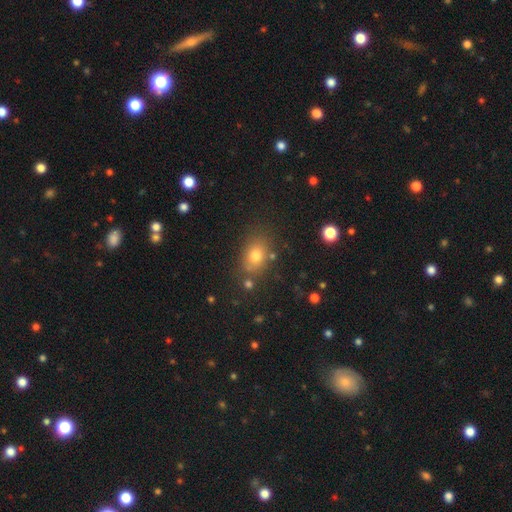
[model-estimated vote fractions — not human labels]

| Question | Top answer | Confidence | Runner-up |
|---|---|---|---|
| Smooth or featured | smooth | 74% | star or artifact (16%) |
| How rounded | in between | 65% | round (33%) |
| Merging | none | 76% | minor disturbance (13%) |